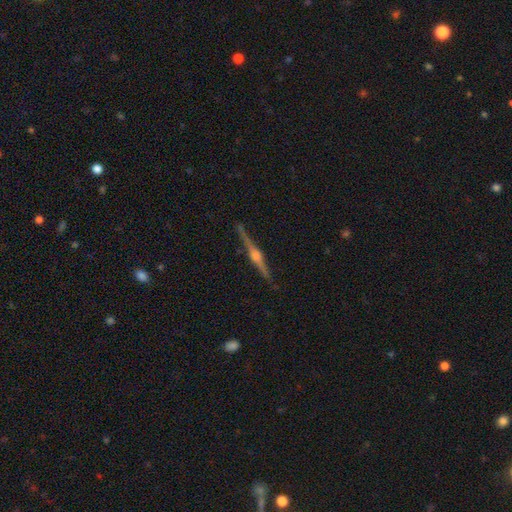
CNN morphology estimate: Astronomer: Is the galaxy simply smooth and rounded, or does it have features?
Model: featured or disk — 87%.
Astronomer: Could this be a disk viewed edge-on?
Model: yes — 99%.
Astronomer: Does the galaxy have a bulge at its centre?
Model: rounded — 90%.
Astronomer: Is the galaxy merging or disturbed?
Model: none — 91%.